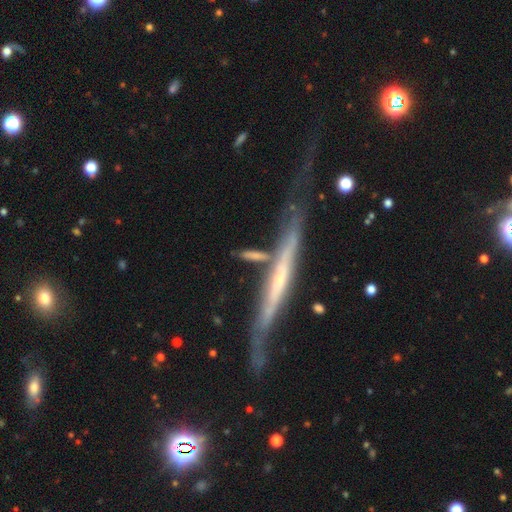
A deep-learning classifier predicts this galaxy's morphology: smooth 51%, featured or disk 40%, star or artifact 9%. Down the decision tree: how rounded — cigar-shaped (76%); merging — none (58%).